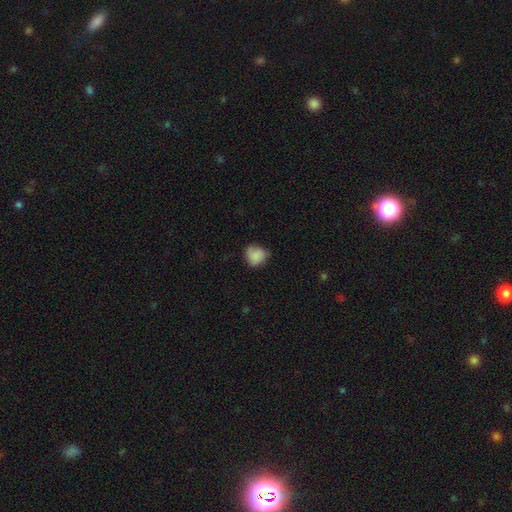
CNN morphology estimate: smooth 82%, featured or disk 9%, star or artifact 9%. Down the decision tree: how rounded — round (72%); merging — none (59%).